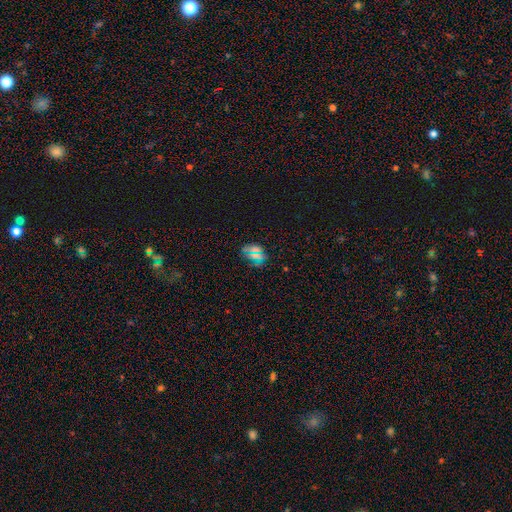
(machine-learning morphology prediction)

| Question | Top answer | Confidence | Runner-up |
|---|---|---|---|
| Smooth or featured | smooth | 56% | star or artifact (35%) |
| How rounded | in between | 63% | round (29%) |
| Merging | none | 75% | minor disturbance (15%) |